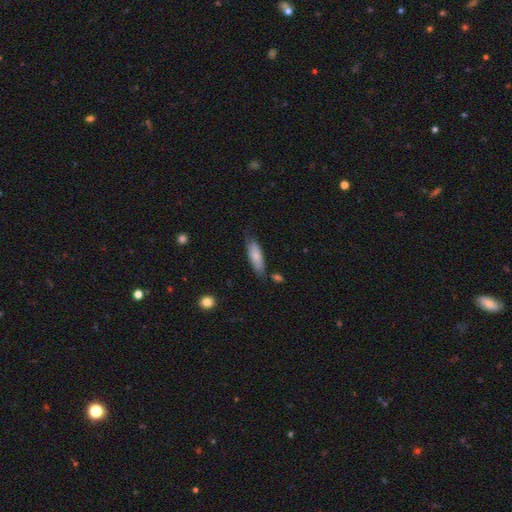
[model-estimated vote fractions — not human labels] Overall: smooth (76%). How rounded: in between (59%; cigar-shaped 39%). Merging: none (67%).